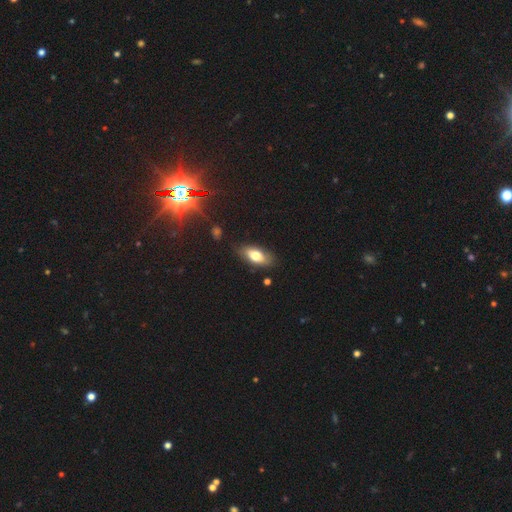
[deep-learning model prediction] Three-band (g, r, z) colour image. It shows a smooth galaxy with no disk features (72%) that is in between round and cigar-shaped (87%). Merging: none (81%).